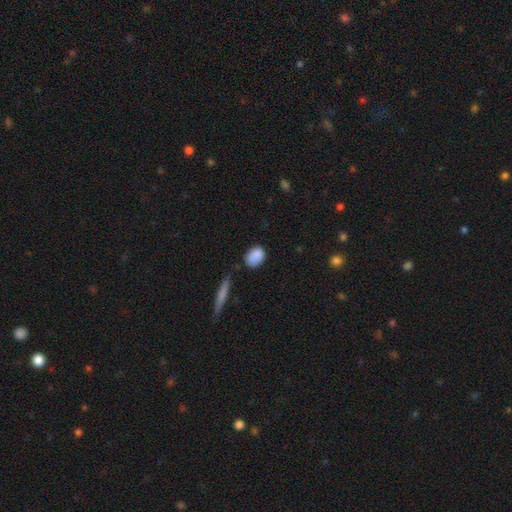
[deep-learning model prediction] Smooth or featured? smooth (86%)
How rounded? in between (69%)
Merging? none (67%)